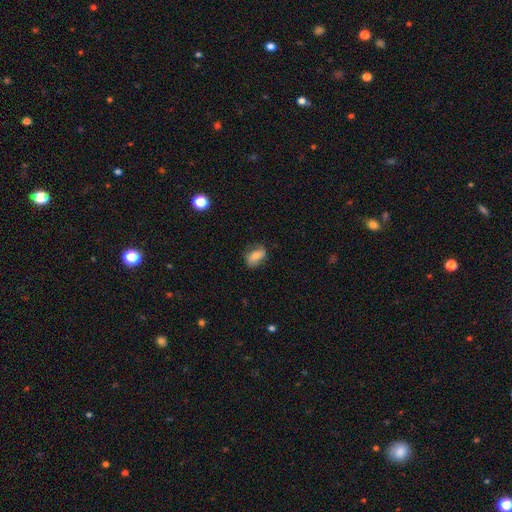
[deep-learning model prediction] A smooth galaxy with no disk features (65%) that is in between round and cigar-shaped (80%). Merging: none (70%).